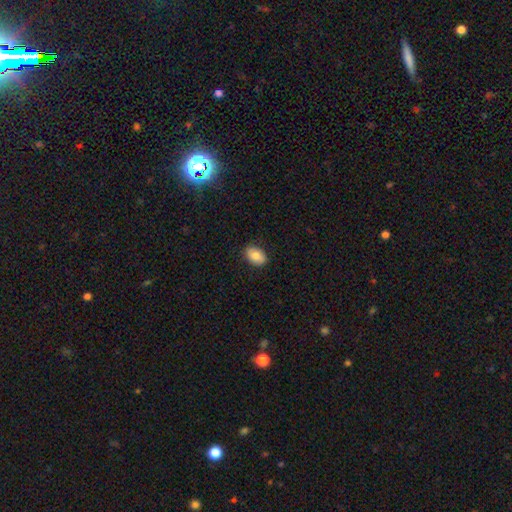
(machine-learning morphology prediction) The model was most divided on "how rounded": in between: 82%, round: 17%, cigar-shaped: 1%. More confident: merging — none (87%); smooth or featured — smooth (80%).